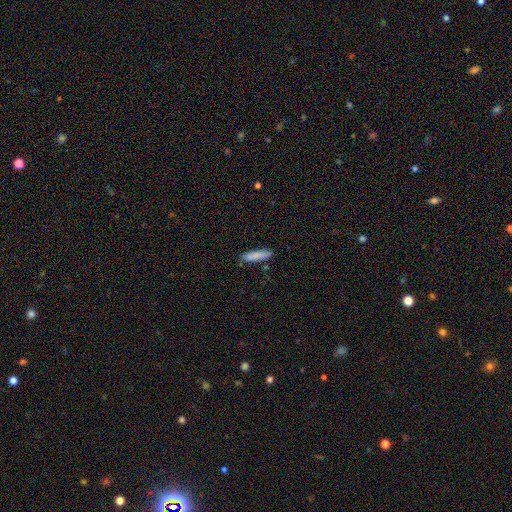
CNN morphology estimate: smooth-or-featured: smooth: 83% | featured or disk: 11% | star or artifact: 6%
  how-rounded: cigar-shaped: 78% | in between: 21% | round: 1%
  merging: none: 81% | minor disturbance: 14% | merger: 3% | major disturbance: 2%